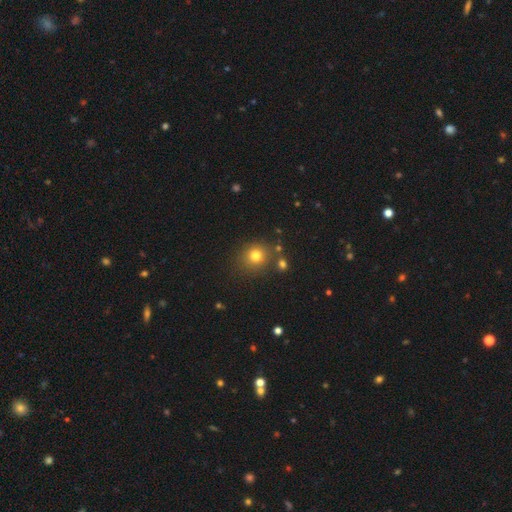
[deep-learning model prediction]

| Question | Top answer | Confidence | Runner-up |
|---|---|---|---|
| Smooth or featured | smooth | 78% | star or artifact (15%) |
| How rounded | round | 84% | in between (15%) |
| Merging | none | 79% | minor disturbance (10%) |